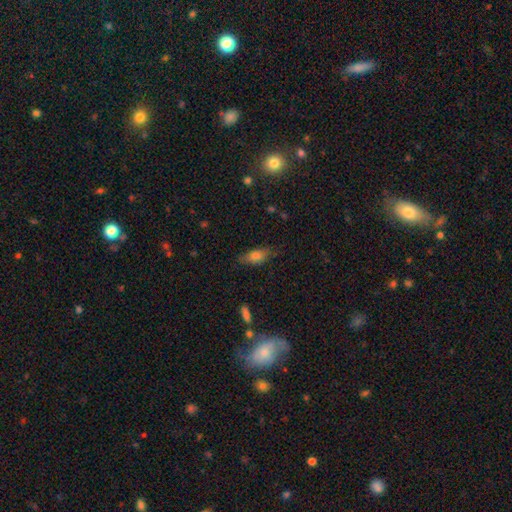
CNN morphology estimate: A smooth galaxy with no disk features (73%) that is in between round and cigar-shaped (76%). Merging: none (73%).